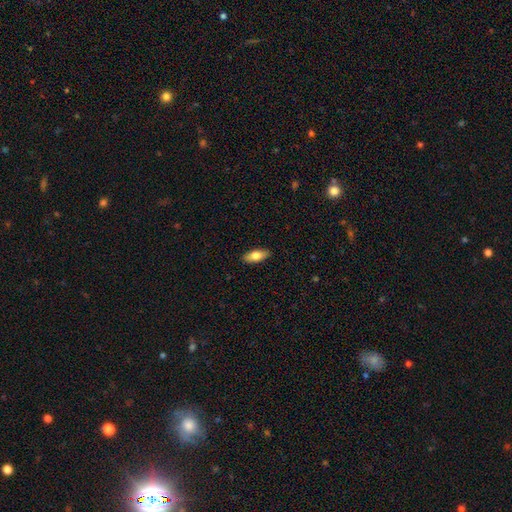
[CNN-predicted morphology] Smooth or featured? Predicted: smooth (p=0.76). How rounded? Predicted: in between (p=0.80). Merging? Predicted: none (p=0.89).